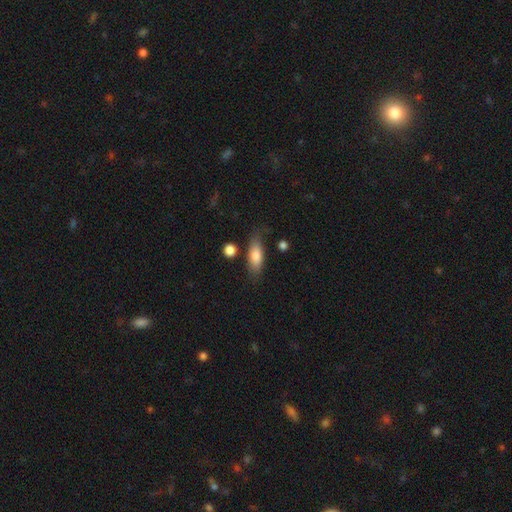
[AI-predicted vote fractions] The model was most divided on "how rounded": in between: 68%, cigar-shaped: 29%, round: 3%. More confident: smooth or featured — smooth (79%); merging — none (73%).